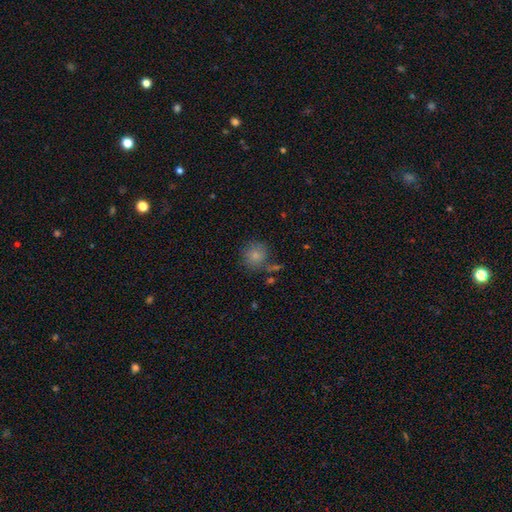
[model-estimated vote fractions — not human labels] Smooth or featured? Predicted: smooth (p=0.82). How rounded? Predicted: round (p=0.89). Merging? Predicted: none (p=0.74).